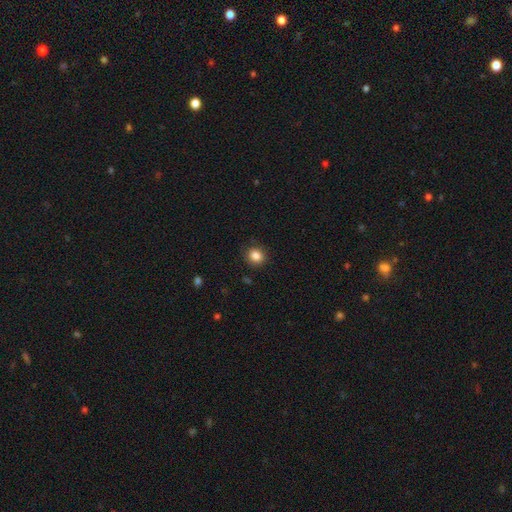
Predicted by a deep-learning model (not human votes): This is clearly a smooth galaxy (85%). How rounded: clearly round (81%). Merging: clearly none (89%).